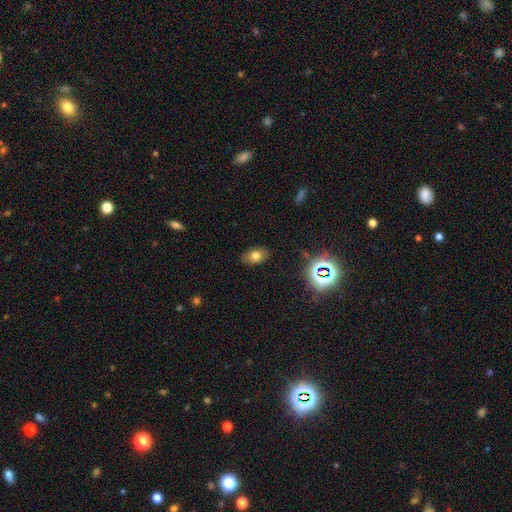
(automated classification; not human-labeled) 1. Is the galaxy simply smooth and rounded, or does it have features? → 72% smooth, 16% star or artifact, 12% featured or disk.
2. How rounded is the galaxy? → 85% in between, 13% round, 1% cigar-shaped.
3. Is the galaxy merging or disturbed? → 84% none, 11% minor disturbance, 3% major disturbance, 1% merger.